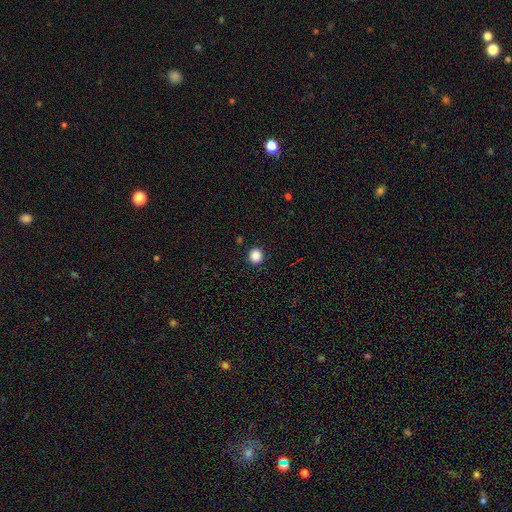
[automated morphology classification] This is clearly a smooth galaxy (87%). How rounded: clearly round (94%). Merging: clearly none (92%).